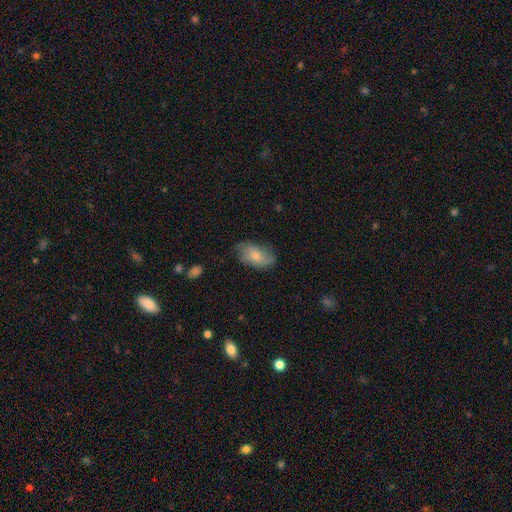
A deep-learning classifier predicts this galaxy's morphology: This appears to be a smooth galaxy with no disk features (65%) that is in between round and cigar-shaped (92%). Merging: none (66%).